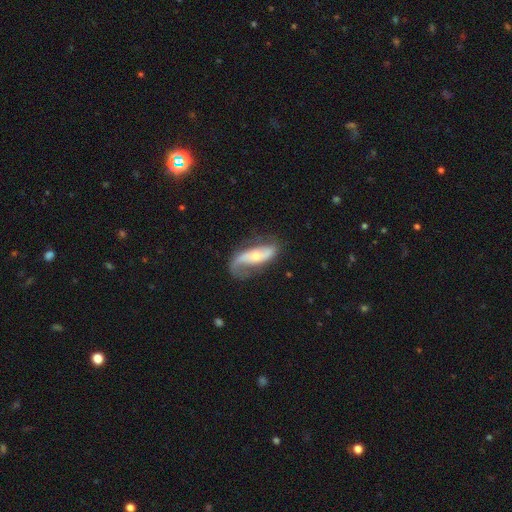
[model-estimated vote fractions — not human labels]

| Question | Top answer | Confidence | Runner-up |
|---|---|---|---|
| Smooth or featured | featured or disk | 78% | smooth (17%) |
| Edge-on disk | no | 89% | yes (11%) |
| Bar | no | 52% | weak (26%) |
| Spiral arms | yes | 91% | no (9%) |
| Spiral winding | loose | 64% | medium (26%) |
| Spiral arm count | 2 | 75% | 1 (18%) |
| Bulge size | moderate | 57% | small (36%) |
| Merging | none | 58% | minor disturbance (23%) |